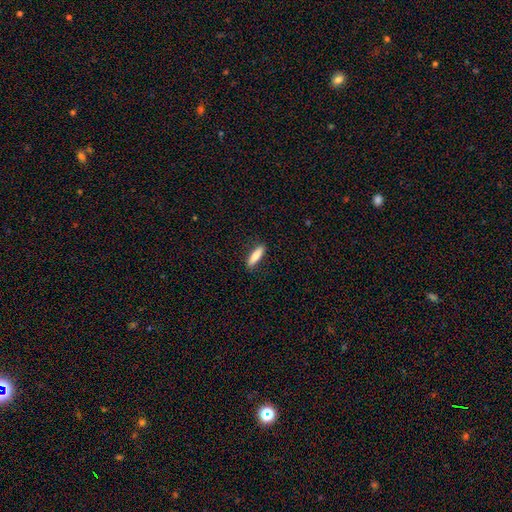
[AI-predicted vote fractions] Smooth or featured: smooth — 81% (featured or disk — 13%)
How rounded: cigar-shaped — 71% (in between — 28%)
Merging: none — 87% (minor disturbance — 9%)